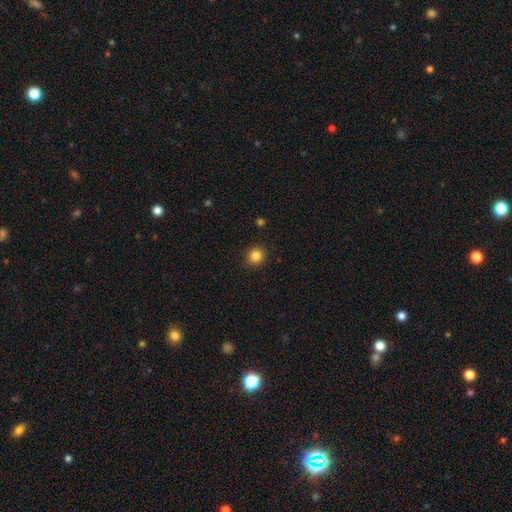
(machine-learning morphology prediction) A smooth galaxy with no disk features (84%) that is round (83%). Merging: none (90%).